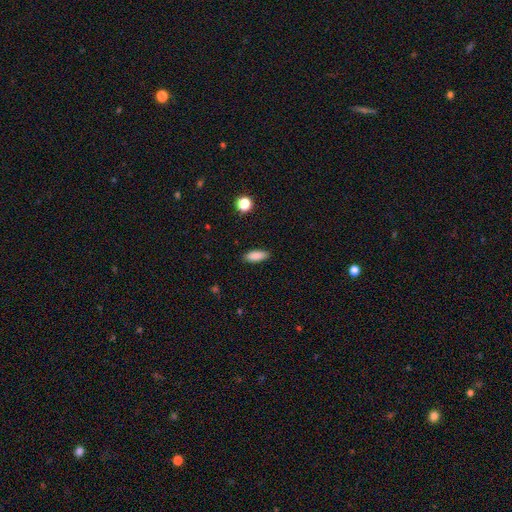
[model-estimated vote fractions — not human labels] Smooth or featured? Predicted: smooth (p=0.88). How rounded? Predicted: in between (p=0.74). Merging? Predicted: none (p=0.87).